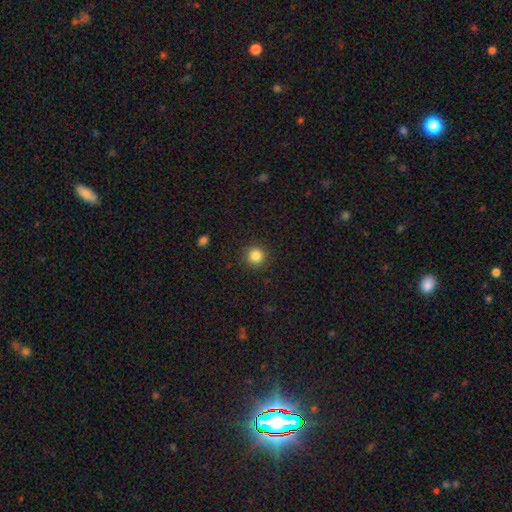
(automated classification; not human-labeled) Q: Smooth or featured?
A: smooth (85%); runner-up: star or artifact (11%)
Q: How rounded?
A: round (94%); runner-up: in between (5%)
Q: Merging?
A: none (90%); runner-up: minor disturbance (6%)